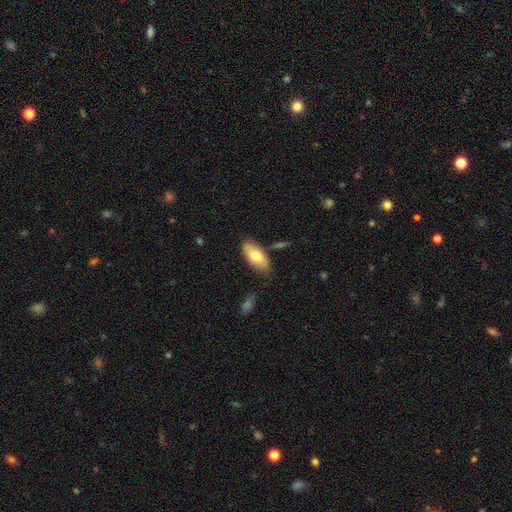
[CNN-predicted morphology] The model was most divided on "smooth or featured": smooth: 73%, featured or disk: 21%, star or artifact: 6%. More confident: how rounded — in between (89%); merging — none (76%).